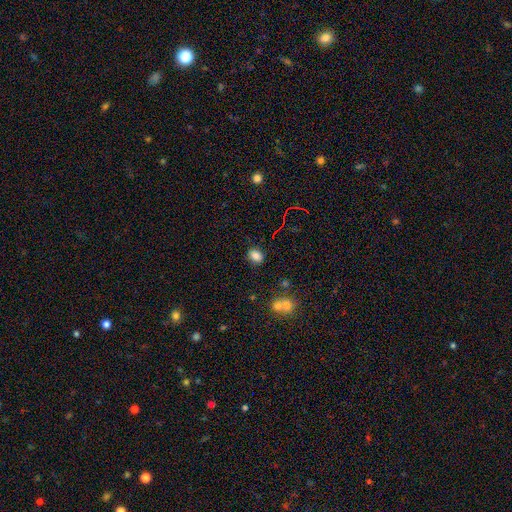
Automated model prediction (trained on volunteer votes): Smooth or featured: smooth — 81% (star or artifact — 12%)
How rounded: in between — 66% (round — 32%)
Merging: none — 84% (minor disturbance — 9%)